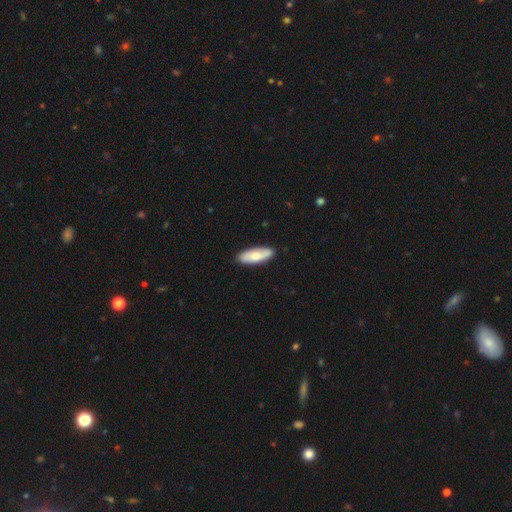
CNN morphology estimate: Overall: smooth (72%). How rounded: in between (63%; cigar-shaped 35%). Merging: none (87%).